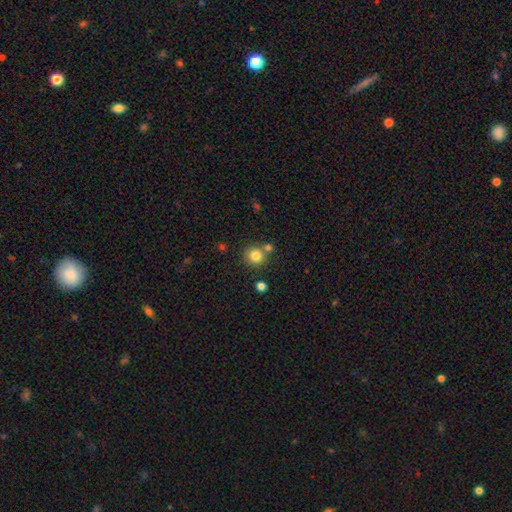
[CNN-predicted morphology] The model was most divided on "merging": none: 71%, merger: 17%, minor disturbance: 9%, major disturbance: 3%. More confident: how rounded — round (91%); smooth or featured — smooth (82%).